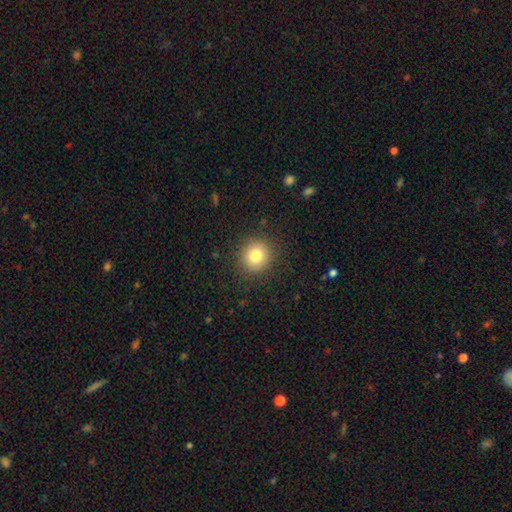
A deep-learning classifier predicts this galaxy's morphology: A smooth galaxy with no disk features (80%) that is round (90%). Merging: none (90%).